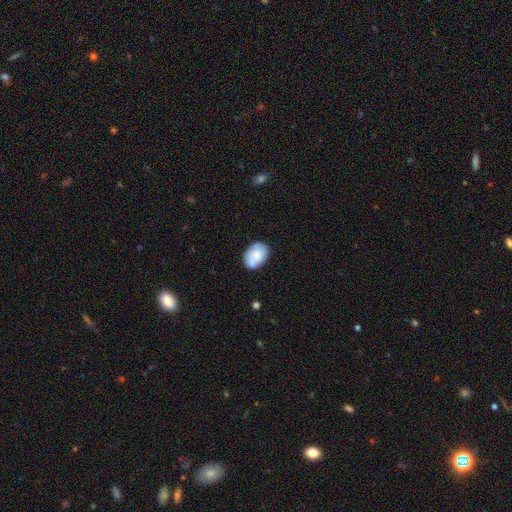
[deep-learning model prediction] Q: Smooth or featured?
A: smooth (68%); runner-up: featured or disk (24%)
Q: How rounded?
A: in between (77%); runner-up: round (22%)
Q: Merging?
A: none (64%); runner-up: minor disturbance (23%)